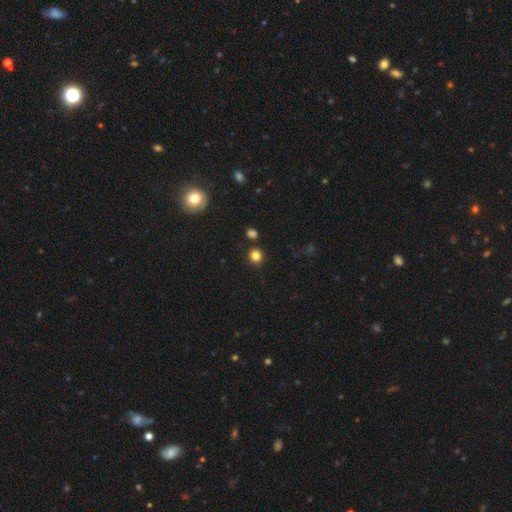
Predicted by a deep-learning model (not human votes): Smooth or featured: smooth — 82% (star or artifact — 13%)
How rounded: round — 89% (in between — 10%)
Merging: none — 86% (minor disturbance — 7%)